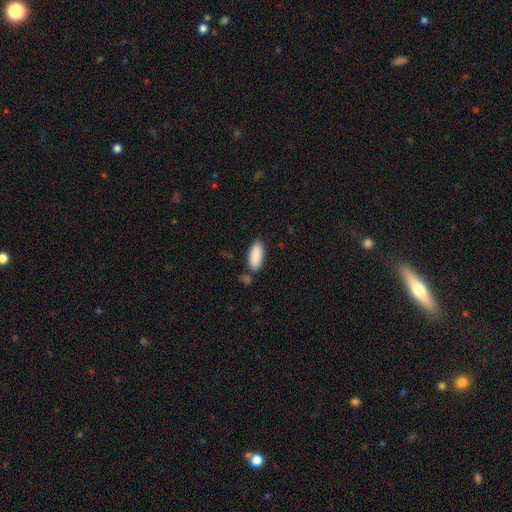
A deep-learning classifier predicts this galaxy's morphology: smooth_or_featured: smooth (p=0.90) [alt: star or artifact p=0.06]
how_rounded: in between (p=0.85) [alt: cigar-shaped p=0.14]
merging: none (p=0.75) [alt: minor disturbance p=0.13]